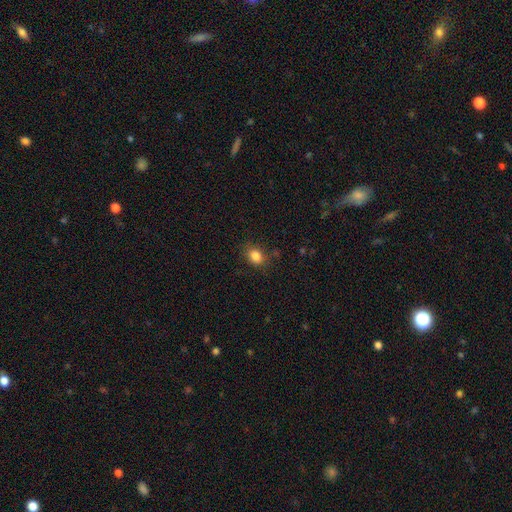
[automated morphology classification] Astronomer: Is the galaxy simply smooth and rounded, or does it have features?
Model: smooth — 84%.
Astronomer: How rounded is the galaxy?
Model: in between — 54% (runner-up: round, 45%).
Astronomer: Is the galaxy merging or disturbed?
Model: none — 82%.